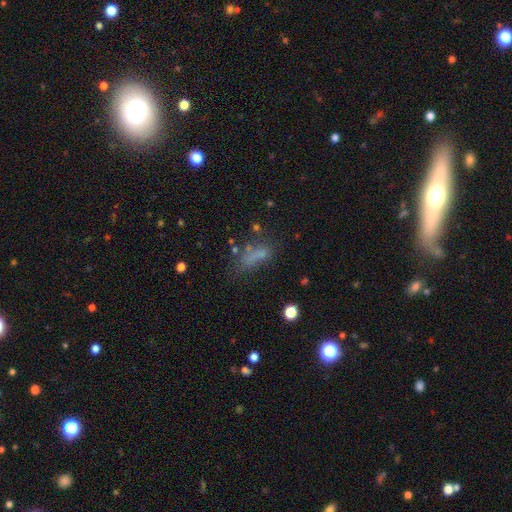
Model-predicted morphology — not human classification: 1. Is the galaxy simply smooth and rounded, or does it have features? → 59% smooth, 21% star or artifact, 20% featured or disk.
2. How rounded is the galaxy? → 60% in between, 33% cigar-shaped, 6% round.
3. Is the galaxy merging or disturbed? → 45% none, 24% major disturbance, 23% minor disturbance, 9% merger.